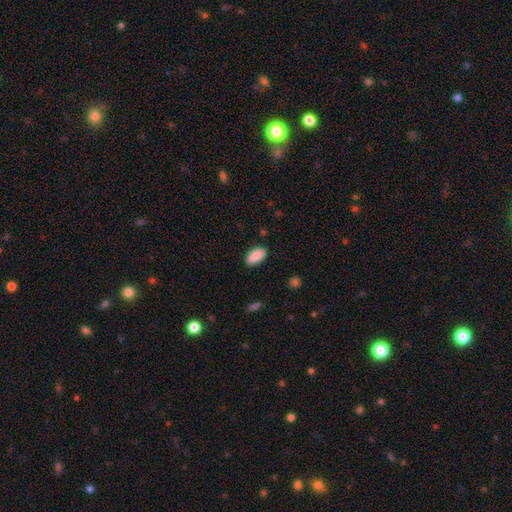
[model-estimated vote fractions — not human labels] Overall: smooth (90%). How rounded: in between (93%). Merging: none (87%).